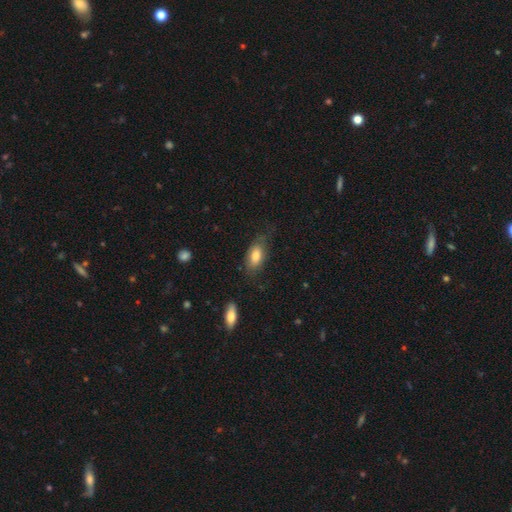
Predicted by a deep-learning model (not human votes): A smooth galaxy with no disk features (78%) that is in between round and cigar-shaped (88%).

Vote fractions:
- Smooth or featured? smooth: 78% / featured or disk: 15% / star or artifact: 7%
- How rounded? in between: 88% / cigar-shaped: 8% / round: 4%
- Merging? none: 63% / minor disturbance: 25% / major disturbance: 10% / merger: 2%